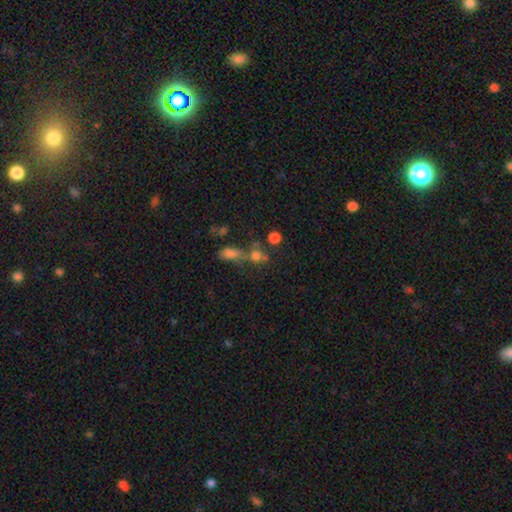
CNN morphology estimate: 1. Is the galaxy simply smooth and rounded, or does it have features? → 48% smooth, 34% star or artifact, 18% featured or disk.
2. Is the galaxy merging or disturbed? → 42% merger, 40% none, 10% minor disturbance, 8% major disturbance.